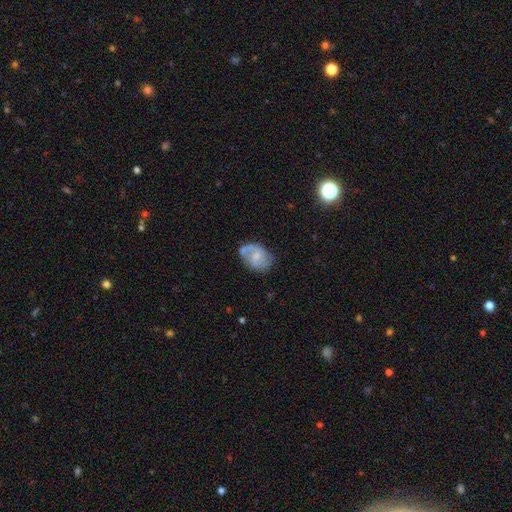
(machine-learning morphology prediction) Q: Smooth or featured?
A: featured or disk (67%); runner-up: smooth (26%)
Q: Edge-on disk?
A: no (98%); runner-up: yes (2%)
Q: Bar?
A: no (51%); runner-up: weak (42%)
Q: Spiral arms?
A: yes (88%); runner-up: no (12%)
Q: Spiral winding?
A: medium (47%); runner-up: loose (33%)
Q: Spiral arm count?
A: 2 (77%); runner-up: can't tell (10%)
Q: Bulge size?
A: small (47%); runner-up: moderate (28%)
Q: Merging?
A: none (59%); runner-up: minor disturbance (24%)